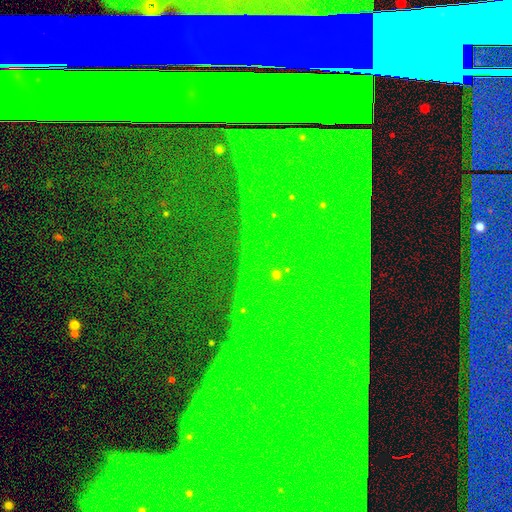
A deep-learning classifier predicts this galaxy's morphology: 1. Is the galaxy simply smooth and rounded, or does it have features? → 85% star or artifact, 8% featured or disk, 7% smooth.